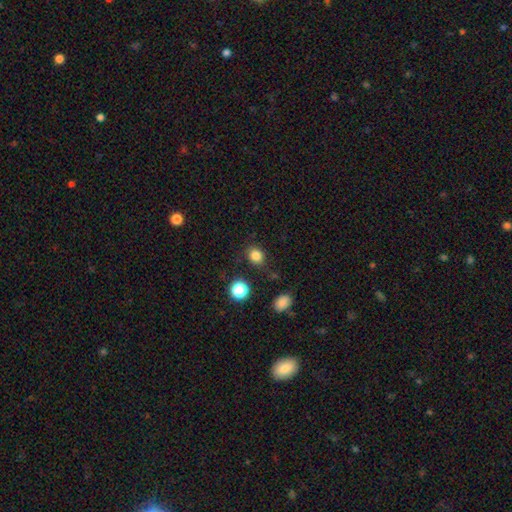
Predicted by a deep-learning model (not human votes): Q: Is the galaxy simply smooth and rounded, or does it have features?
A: smooth — 82%.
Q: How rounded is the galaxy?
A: round — 66%.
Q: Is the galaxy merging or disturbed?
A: none — 82%.